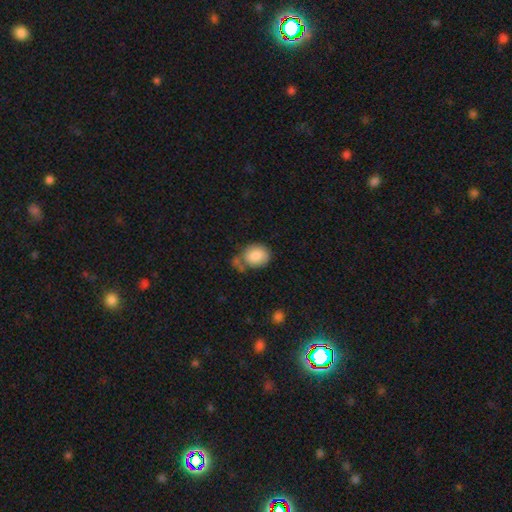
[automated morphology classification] Overall: smooth (84%). How rounded: round (58%; in between 42%). Merging: none (52%; minor disturbance 21%).